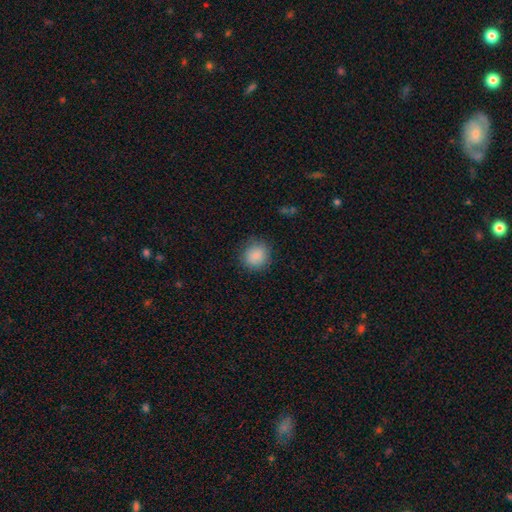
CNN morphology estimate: Smooth or featured? smooth (87%)
How rounded? round (85%)
Merging? none (85%)